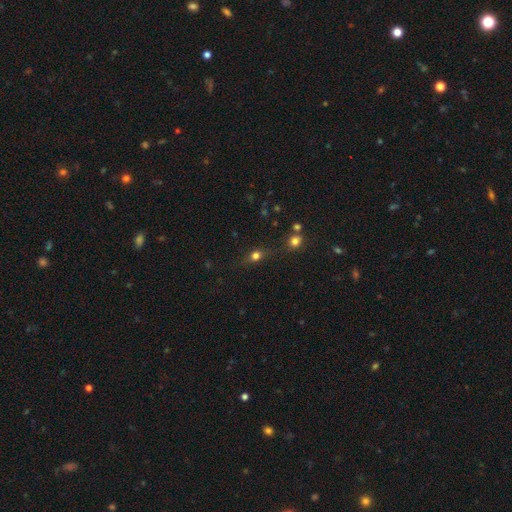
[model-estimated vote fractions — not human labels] smooth-or-featured: smooth: 67% | star or artifact: 18% | featured or disk: 15%
  how-rounded: round: 49% | in between: 43% | cigar-shaped: 8%
  merging: none: 67% | minor disturbance: 17% | merger: 9% | major disturbance: 8%